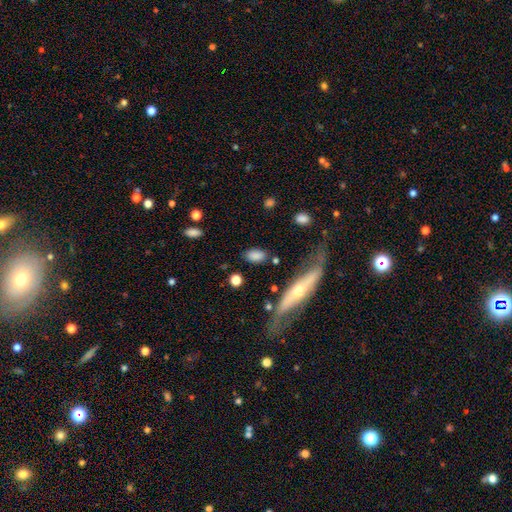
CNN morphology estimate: A smooth galaxy with no disk features (82%) that is in between round and cigar-shaped (87%). Merging: none (79%).